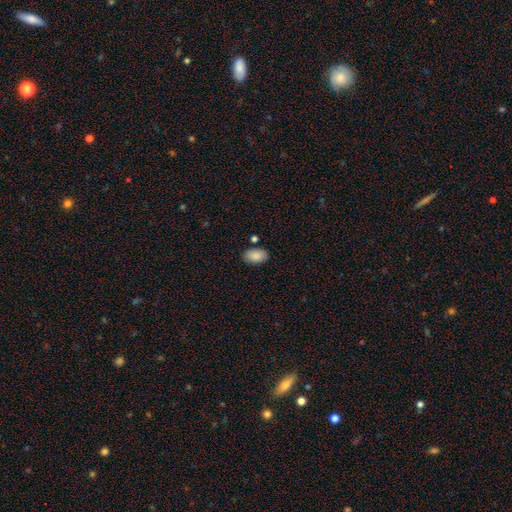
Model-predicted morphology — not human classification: smooth_or_featured: smooth (p=0.87) [alt: star or artifact p=0.07]
how_rounded: in between (p=0.93) [alt: round p=0.06]
merging: none (p=0.82) [alt: minor disturbance p=0.12]